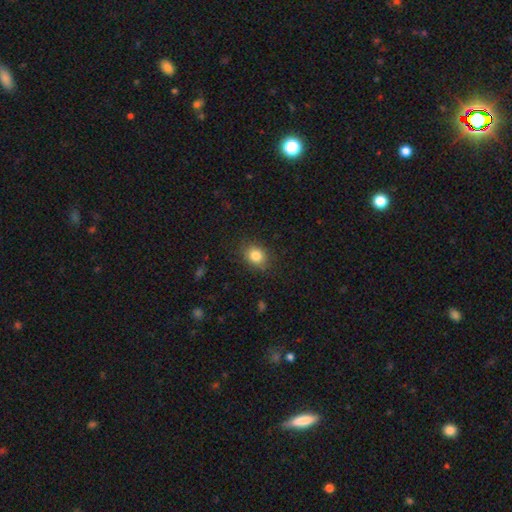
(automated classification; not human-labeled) smooth-or-featured: smooth: 83% | star or artifact: 10% | featured or disk: 7%
  how-rounded: round: 53% | in between: 46% | cigar-shaped: 1%
  merging: none: 84% | minor disturbance: 12% | major disturbance: 3% | merger: 1%